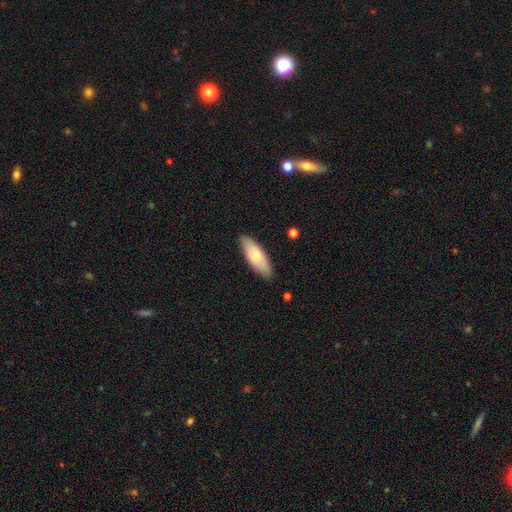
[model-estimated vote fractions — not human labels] Morphology: type=smooth (70%); roundness=in between (71%); merging=none (85%).